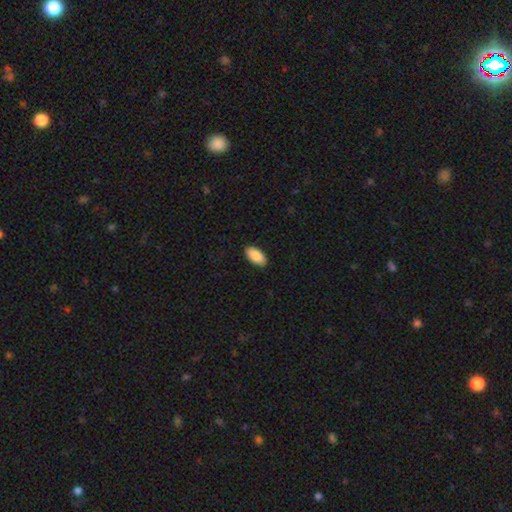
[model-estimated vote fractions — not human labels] Smooth or featured? smooth (89%)
How rounded? in between (95%)
Merging? none (89%)